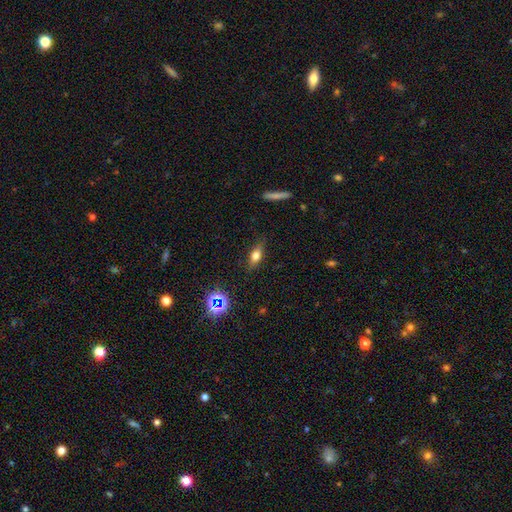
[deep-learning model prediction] Smooth or featured?
  - smooth: 61% *
  - featured or disk: 25%
  - star or artifact: 14%
How rounded?
  - in between: 63% *
  - cigar-shaped: 28%
  - round: 9%
Merging?
  - none: 83% *
  - minor disturbance: 13%
  - major disturbance: 3%
  - merger: 1%